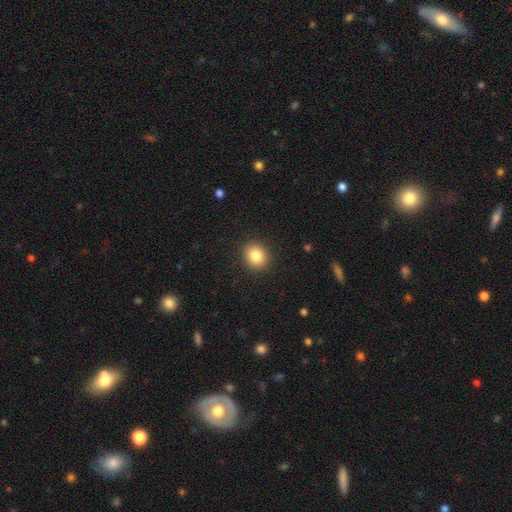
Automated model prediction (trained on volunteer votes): smooth-or-featured: smooth: 84% | star or artifact: 10% | featured or disk: 6%
  how-rounded: round: 75% | in between: 24% | cigar-shaped: 1%
  merging: none: 91% | minor disturbance: 6% | major disturbance: 2% | merger: 1%